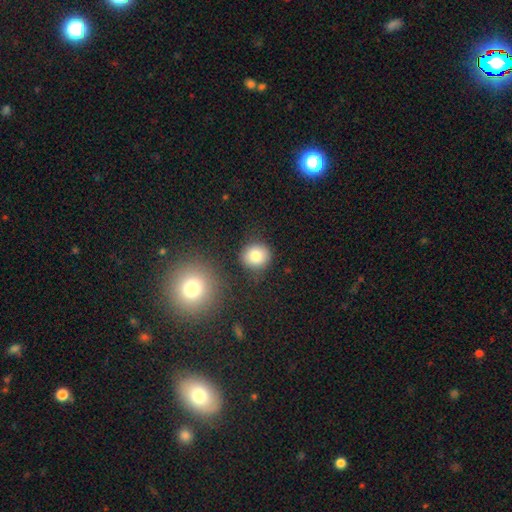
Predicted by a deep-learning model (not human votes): This appears to be a smooth galaxy with no disk features (82%) that is round (88%). Merging: none (83%).